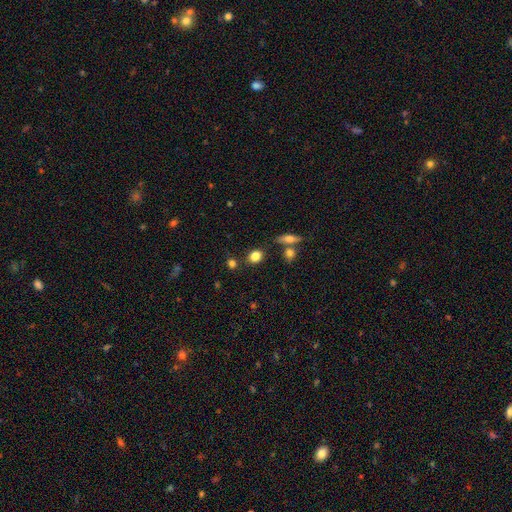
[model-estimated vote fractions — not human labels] Smooth or featured?
  - smooth: 83% *
  - star or artifact: 11%
  - featured or disk: 7%
How rounded?
  - round: 49% * (tied)
  - in between: 49% * (tied)
  - cigar-shaped: 2%
Merging?
  - none: 76% *
  - minor disturbance: 11%
  - merger: 9%
  - major disturbance: 3%